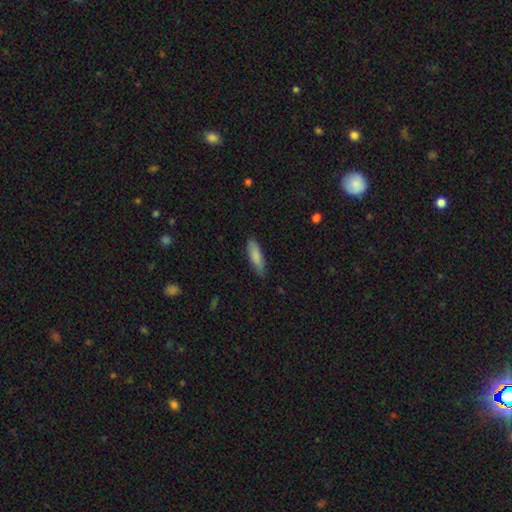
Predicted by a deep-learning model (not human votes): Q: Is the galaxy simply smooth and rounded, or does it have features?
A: smooth — 84%.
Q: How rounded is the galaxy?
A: in between — 51%.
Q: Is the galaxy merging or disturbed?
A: none — 80%.